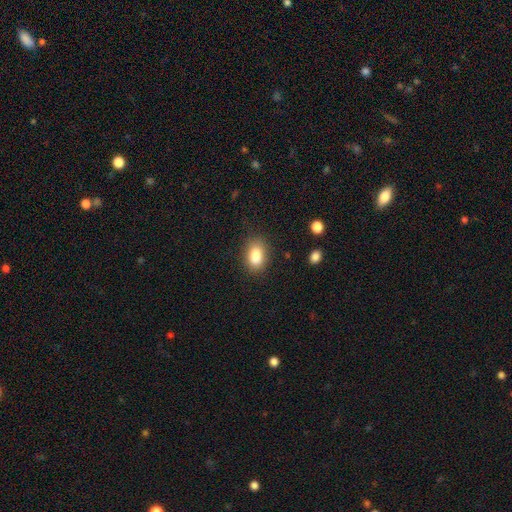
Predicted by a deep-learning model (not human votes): smooth-or-featured: smooth: 87% | star or artifact: 8% | featured or disk: 5%
  how-rounded: in between: 87% | round: 12% | cigar-shaped: 2%
  merging: none: 79% | minor disturbance: 14% | major disturbance: 4% | merger: 2%